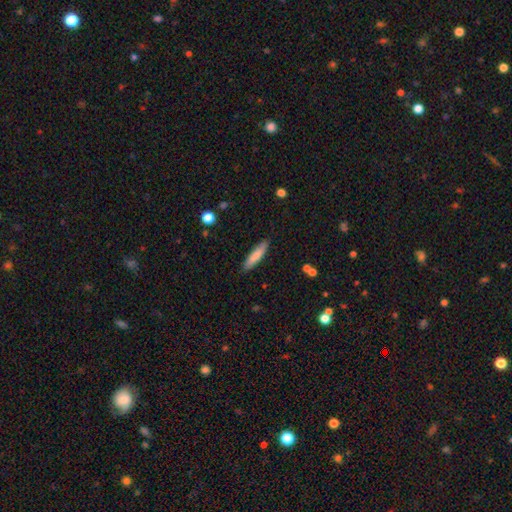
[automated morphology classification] A smooth galaxy with no disk features (81%) that is cigar-shaped (80%).

Vote fractions:
- Smooth or featured? smooth: 81% / featured or disk: 13% / star or artifact: 6%
- How rounded? cigar-shaped: 80% / in between: 18% / round: 1%
- Merging? none: 88% / minor disturbance: 9% / major disturbance: 2% / merger: 1%